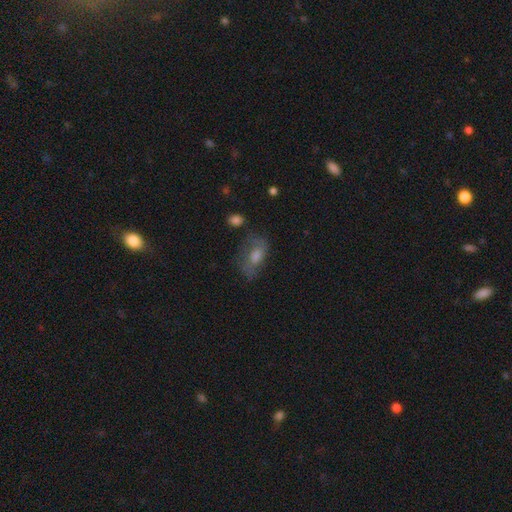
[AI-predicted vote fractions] smooth_or_featured: smooth (p=0.43) [alt: featured or disk p=0.42]
merging: none (p=0.57) [alt: minor disturbance p=0.24]